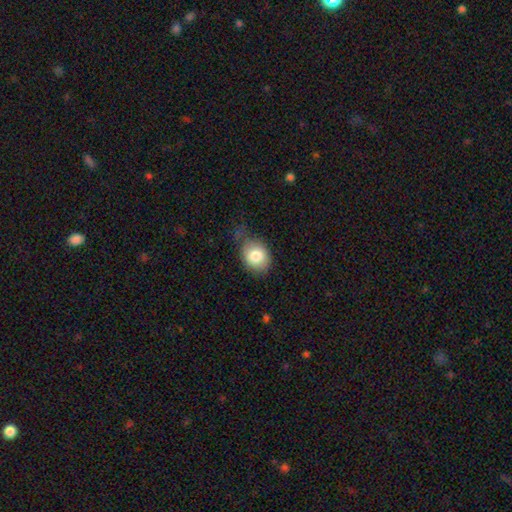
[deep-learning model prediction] Smooth or featured?
  - smooth: 82% *
  - featured or disk: 10%
  - star or artifact: 8%
How rounded?
  - in between: 55% *
  - round: 44%
  - cigar-shaped: 1%
Merging?
  - none: 54% *
  - minor disturbance: 32%
  - major disturbance: 12%
  - merger: 2%